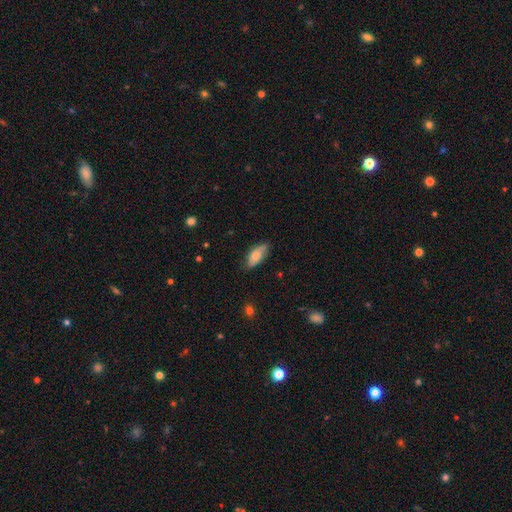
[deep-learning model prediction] A smooth galaxy with no disk features (78%) that is in between round and cigar-shaped (83%). Merging: none (77%).